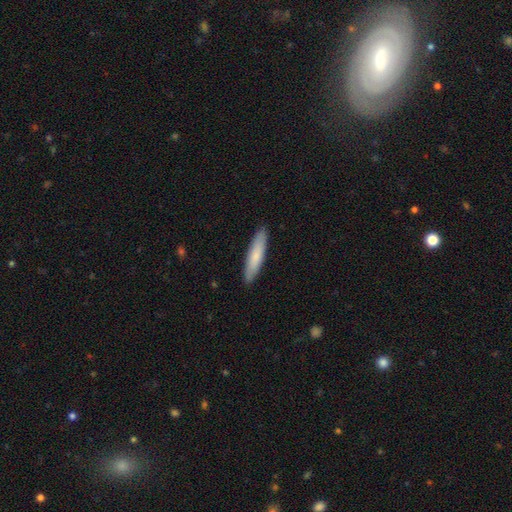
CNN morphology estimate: type=smooth (76%); roundness=cigar-shaped (85%); merging=none (90%).